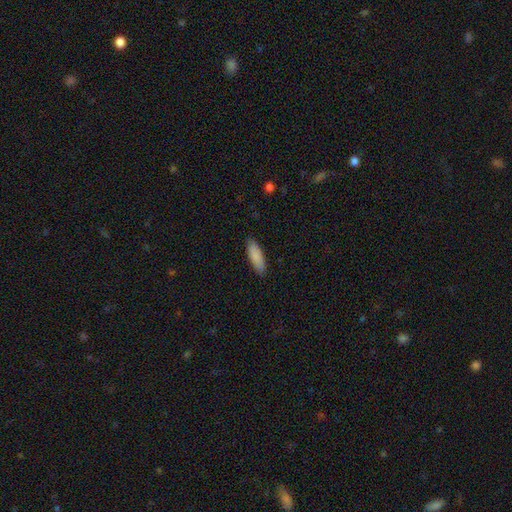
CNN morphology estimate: Q: Smooth or featured?
A: smooth (88%); runner-up: featured or disk (6%)
Q: How rounded?
A: in between (55%); runner-up: cigar-shaped (44%)
Q: Merging?
A: none (87%); runner-up: minor disturbance (10%)